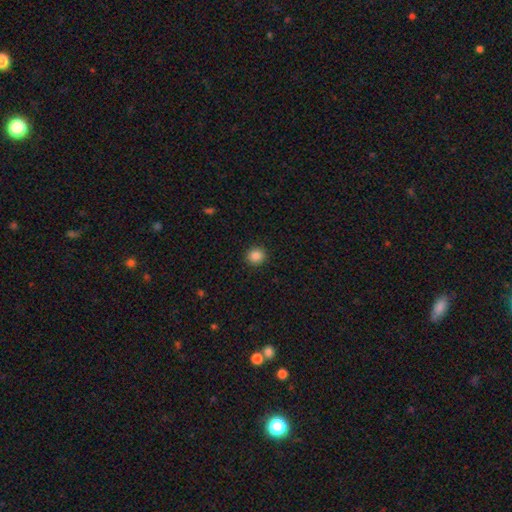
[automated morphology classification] Smooth or featured? Predicted: smooth (p=0.86). How rounded? Predicted: round (p=0.89). Merging? Predicted: none (p=0.92).